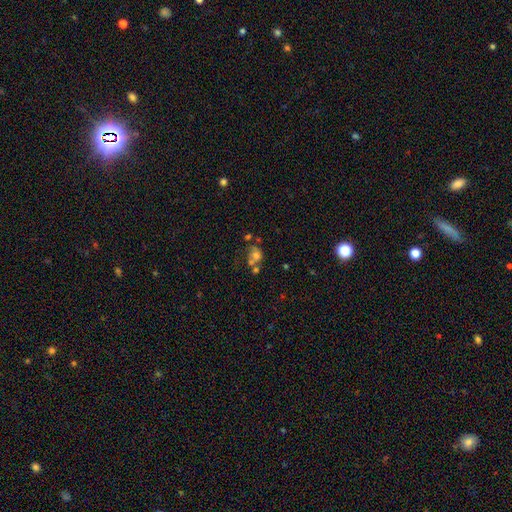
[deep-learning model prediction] smooth_or_featured: smooth (p=0.53) [alt: featured or disk p=0.30]
how_rounded: round (p=0.61) [alt: in between p=0.38]
merging: merger (p=0.42) [alt: none p=0.33]